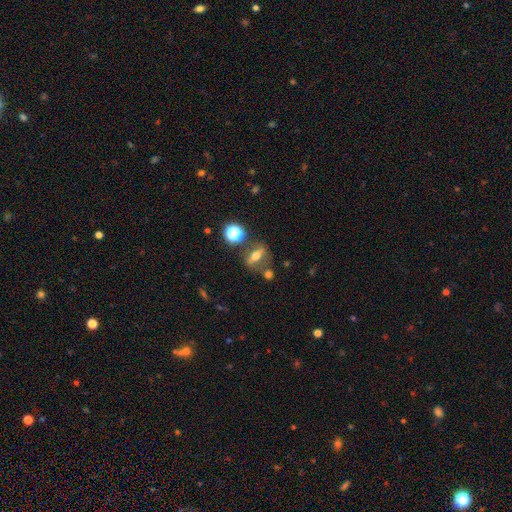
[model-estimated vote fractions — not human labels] smooth_or_featured: smooth (p=0.43) [alt: featured or disk p=0.41]
merging: none (p=0.67) [alt: minor disturbance p=0.14]